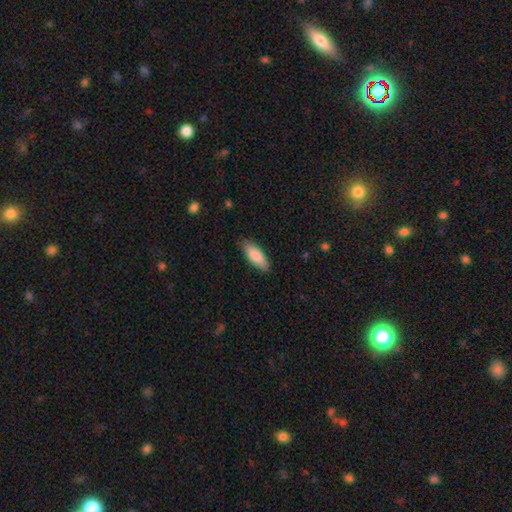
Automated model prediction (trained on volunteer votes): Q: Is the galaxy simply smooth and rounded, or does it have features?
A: smooth — 84%.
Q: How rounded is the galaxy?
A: in between — 75%.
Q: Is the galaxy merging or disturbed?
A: none — 83%.